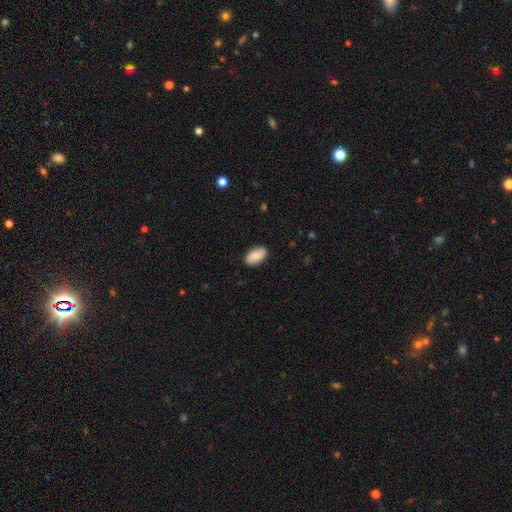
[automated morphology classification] Q: Smooth or featured?
A: smooth (75%); runner-up: featured or disk (19%)
Q: How rounded?
A: in between (94%); runner-up: round (4%)
Q: Merging?
A: none (86%); runner-up: minor disturbance (10%)